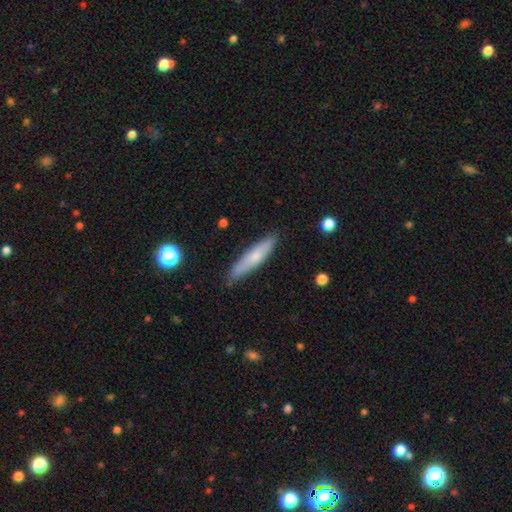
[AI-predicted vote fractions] smooth 63%, featured or disk 31%, star or artifact 6%. Down the decision tree: how rounded — cigar-shaped (86%); merging — none (84%).